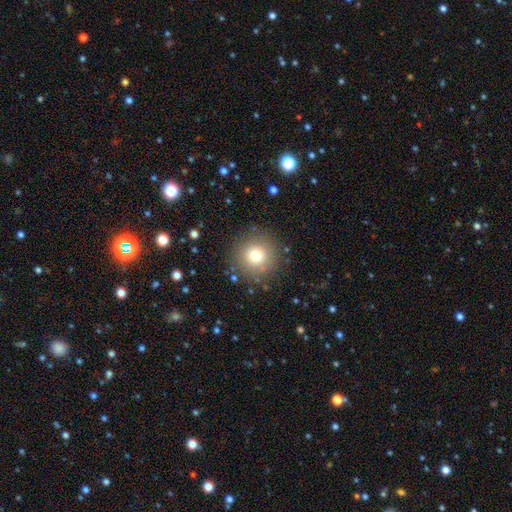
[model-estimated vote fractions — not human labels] Morphology: type=smooth (73%); roundness=round (96%); merging=none (87%).